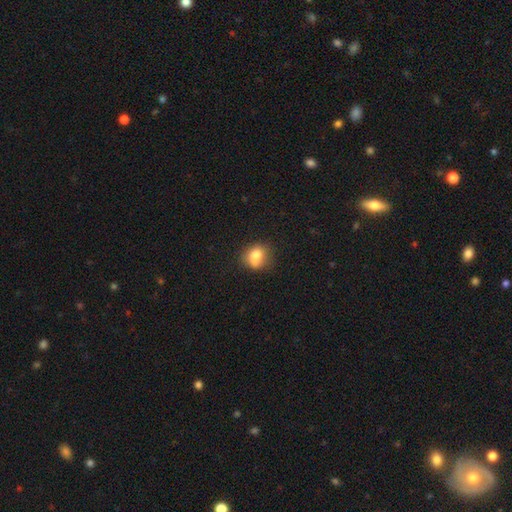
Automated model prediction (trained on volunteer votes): This appears to be a smooth galaxy with no disk features (75%) that is round (65%). Merging: none (49%).